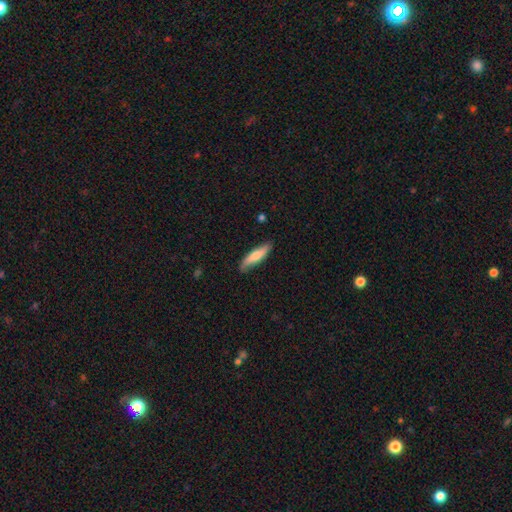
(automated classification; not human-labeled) Overall: smooth (71%). How rounded: cigar-shaped (76%). Merging: none (77%).